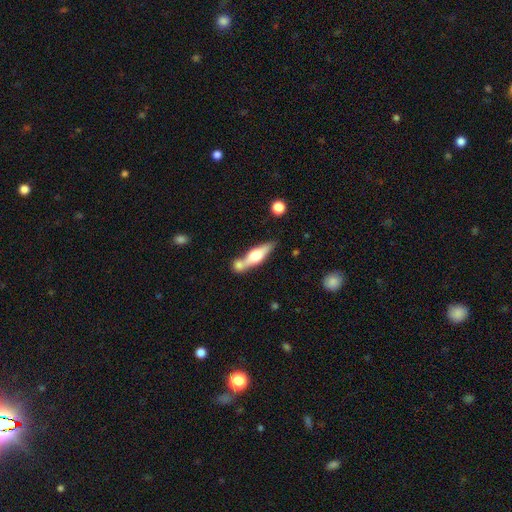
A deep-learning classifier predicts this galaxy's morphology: Smooth or featured? Predicted: featured or disk (p=0.52). Edge-on disk? Predicted: yes (p=0.88). Merging? Predicted: none (p=0.47).